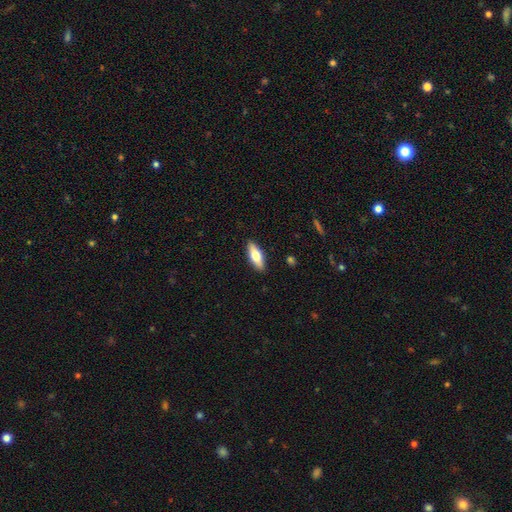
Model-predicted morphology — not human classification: Q: Smooth or featured?
A: smooth (60%); runner-up: featured or disk (34%)
Q: How rounded?
A: in between (63%); runner-up: cigar-shaped (35%)
Q: Merging?
A: none (89%); runner-up: minor disturbance (8%)